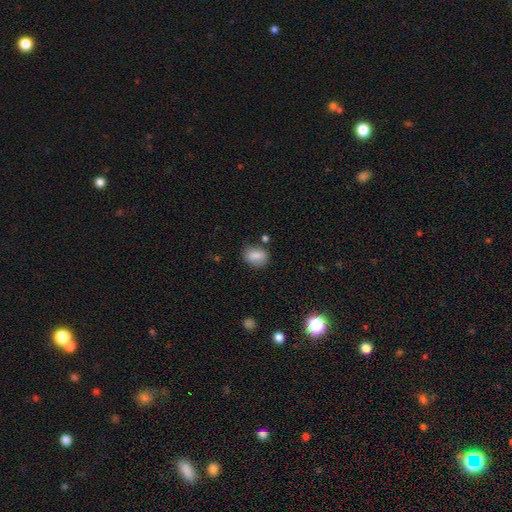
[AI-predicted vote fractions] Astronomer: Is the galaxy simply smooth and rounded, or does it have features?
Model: smooth — 84%.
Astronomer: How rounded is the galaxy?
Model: in between — 69%.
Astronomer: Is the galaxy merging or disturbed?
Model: none — 71%.